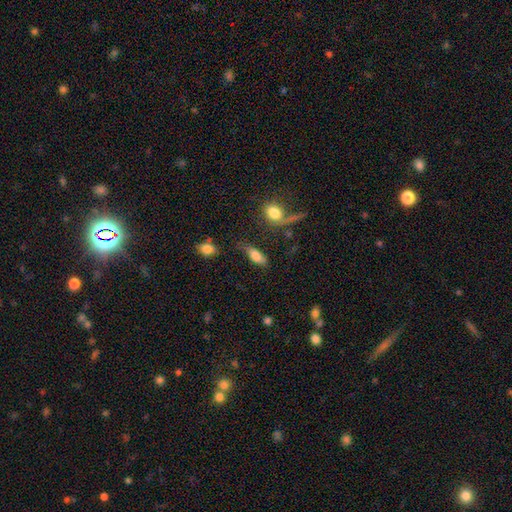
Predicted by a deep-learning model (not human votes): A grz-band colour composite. It shows a smooth galaxy with no disk features (75%) that is in between round and cigar-shaped (74%). Merging: none (54%).